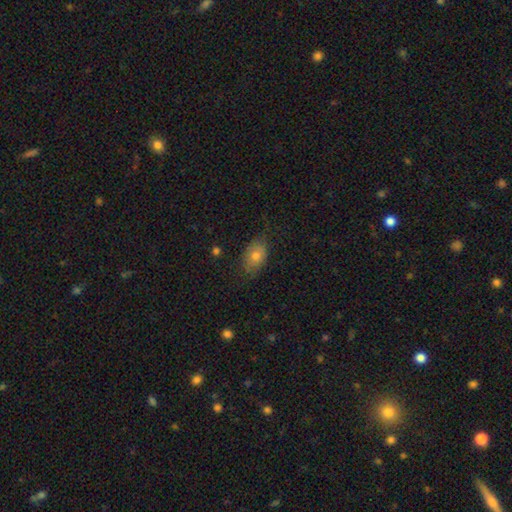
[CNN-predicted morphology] A smooth galaxy with no disk features (74%) that is in between round and cigar-shaped (84%).

Vote fractions:
- Smooth or featured? smooth: 74% / featured or disk: 17% / star or artifact: 9%
- How rounded? in between: 84% / round: 15% / cigar-shaped: 2%
- Merging? none: 72% / minor disturbance: 22% / major disturbance: 5% / merger: 1%